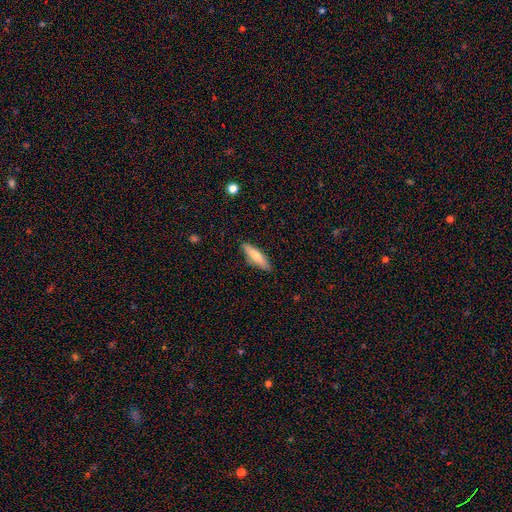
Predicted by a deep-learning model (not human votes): A smooth galaxy with no disk features (63%) that is cigar-shaped (72%).

Vote fractions:
- Smooth or featured? smooth: 63% / featured or disk: 31% / star or artifact: 6%
- How rounded? cigar-shaped: 72% / in between: 26% / round: 2%
- Merging? none: 88% / minor disturbance: 9% / major disturbance: 2% / merger: 1%